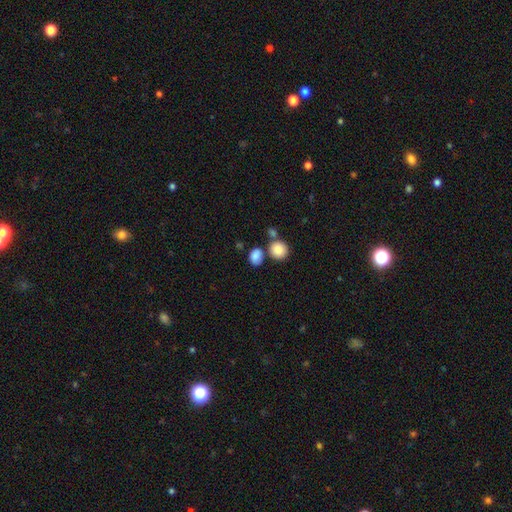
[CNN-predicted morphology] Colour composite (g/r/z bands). It shows a smooth galaxy with no disk features (85%) that is in between round and cigar-shaped (53%). Merging: none (57%).